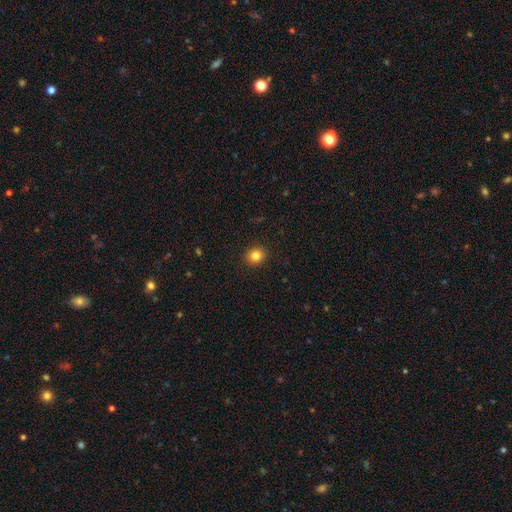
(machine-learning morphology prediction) Smooth or featured? smooth (83%)
How rounded? round (79%)
Merging? none (91%)